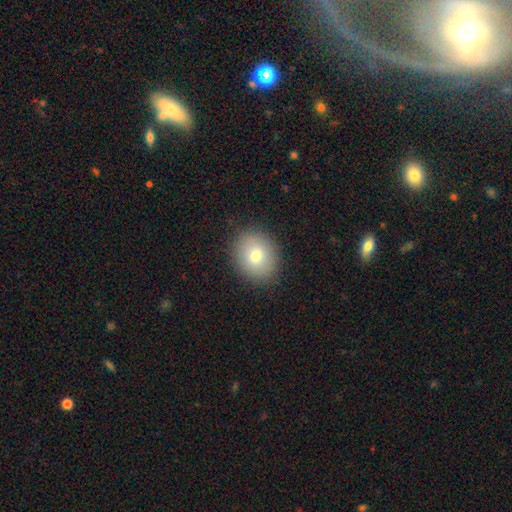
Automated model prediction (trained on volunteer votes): Smooth or featured: smooth — 78% (featured or disk — 12%)
How rounded: round — 61% (in between — 38%)
Merging: none — 89% (minor disturbance — 8%)